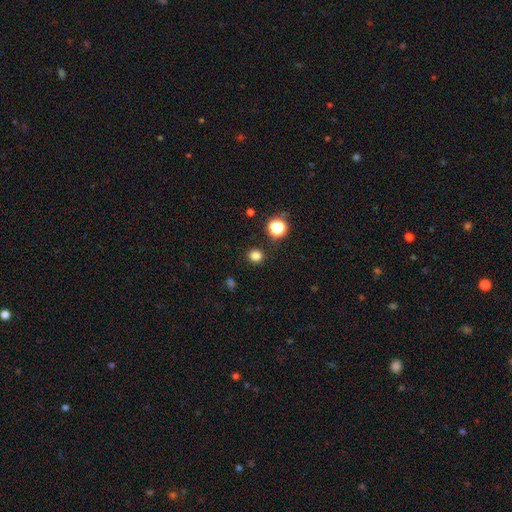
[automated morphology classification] Smooth or featured?
  - smooth: 81% *
  - star or artifact: 16%
  - featured or disk: 4%
How rounded?
  - round: 85% *
  - in between: 14%
  - cigar-shaped: 1%
Merging?
  - none: 90% *
  - minor disturbance: 6%
  - major disturbance: 2%
  - merger: 2%